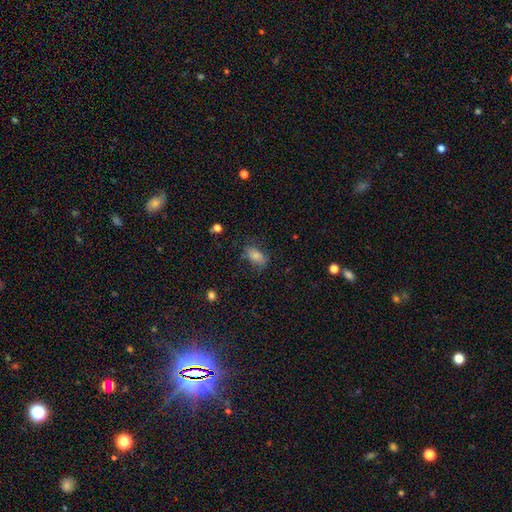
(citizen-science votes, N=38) Overall: smooth (87%). How rounded: in between (88%). Merging: none (69%).